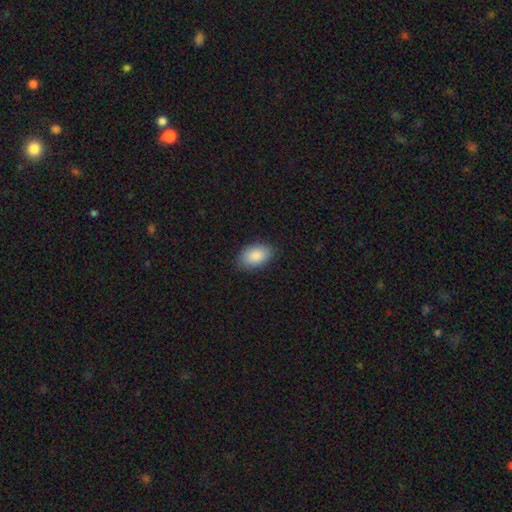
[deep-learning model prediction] Smooth or featured? smooth (88%)
How rounded? in between (92%)
Merging? none (85%)